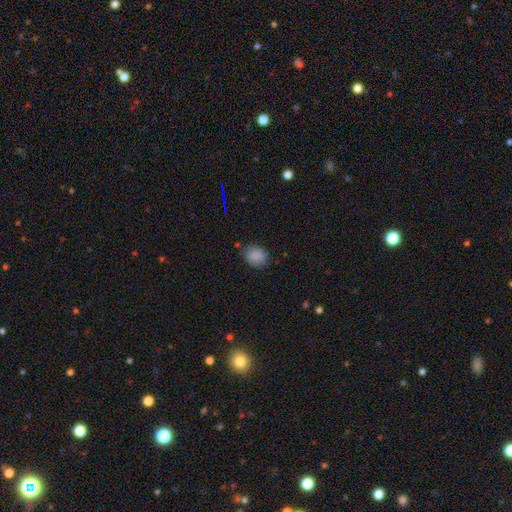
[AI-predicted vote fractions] This is clearly a smooth galaxy (87%). How rounded: possibly round (52%). Merging: clearly none (80%).